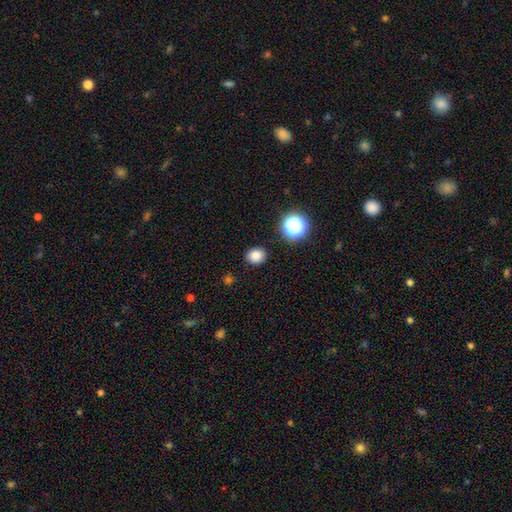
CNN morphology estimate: Q: Smooth or featured?
A: smooth (82%); runner-up: star or artifact (14%)
Q: How rounded?
A: round (68%); runner-up: in between (31%)
Q: Merging?
A: none (89%); runner-up: minor disturbance (7%)